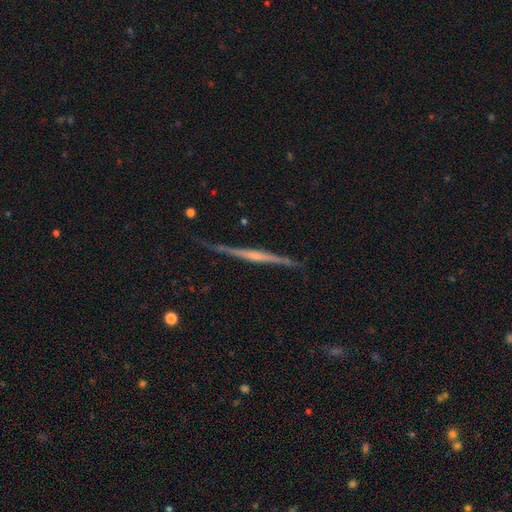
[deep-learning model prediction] A featured or disk galaxy (75%) viewed edge-on (98%) with no central bulge (53%). Merging: none (82%).